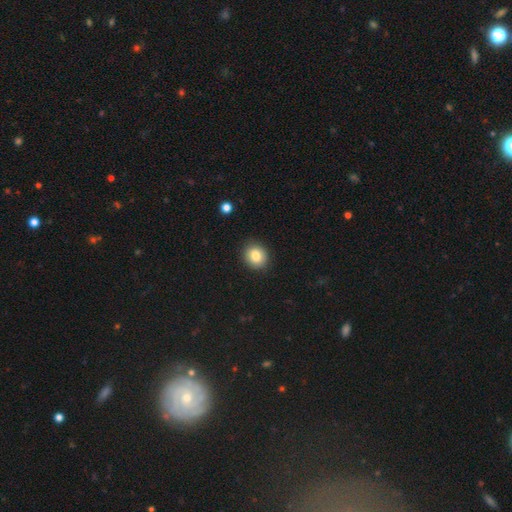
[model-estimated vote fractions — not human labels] This is clearly a smooth galaxy (83%). How rounded: likely round (76%). Merging: clearly none (89%).